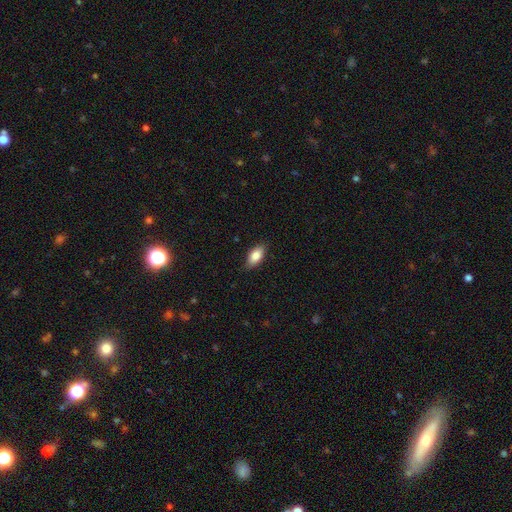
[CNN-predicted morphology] This appears to be a smooth galaxy with no disk features (84%) that is in between round and cigar-shaped (89%). Merging: none (86%).